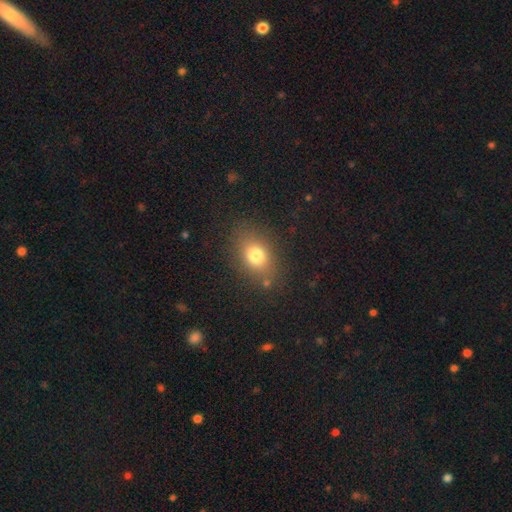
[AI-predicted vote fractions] smooth_or_featured: smooth (p=0.76) [alt: star or artifact p=0.13]
how_rounded: in between (p=0.68) [alt: round p=0.30]
merging: none (p=0.80) [alt: minor disturbance p=0.12]